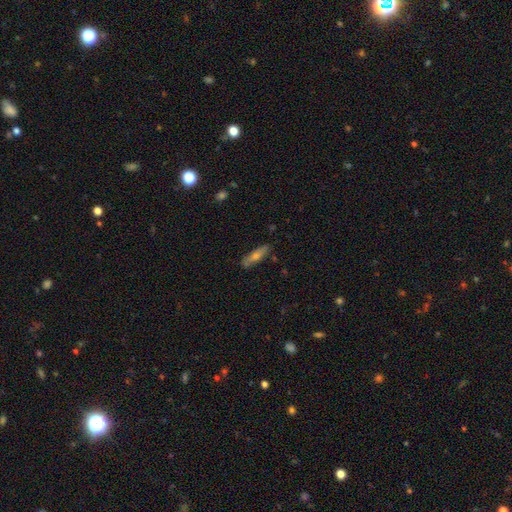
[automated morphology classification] Smooth or featured?
  - smooth: 49% *
  - featured or disk: 42%
  - star or artifact: 9%
Merging?
  - none: 84% *
  - minor disturbance: 12%
  - major disturbance: 2%
  - merger: 2%